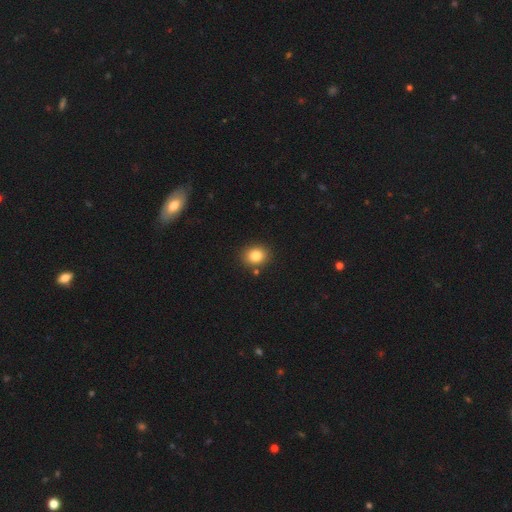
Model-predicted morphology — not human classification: Smooth or featured? smooth (83%)
How rounded? round (64%)
Merging? none (87%)